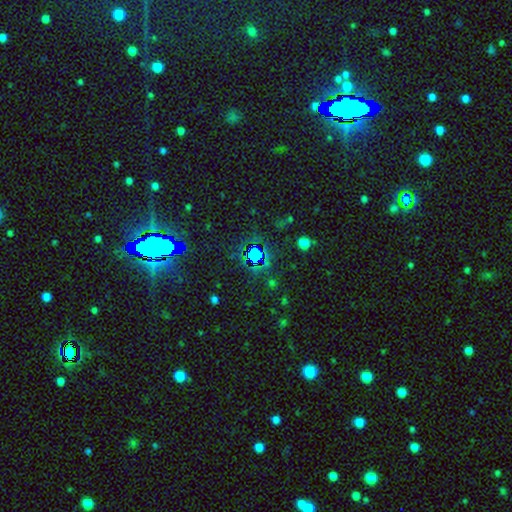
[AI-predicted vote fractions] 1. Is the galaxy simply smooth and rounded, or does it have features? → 71% star or artifact, 19% smooth, 10% featured or disk.